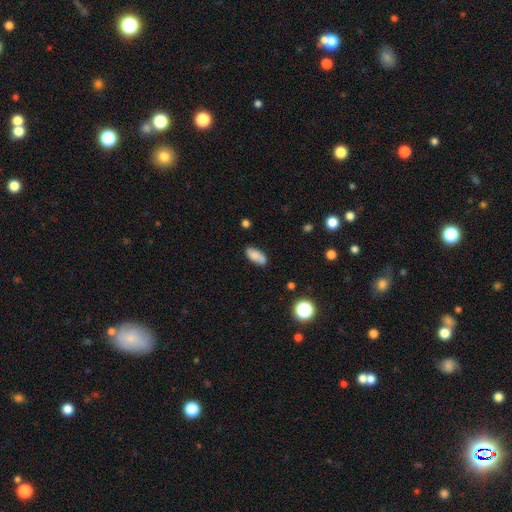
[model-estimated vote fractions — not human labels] Overall: smooth (78%). How rounded: in between (88%). Merging: none (75%).